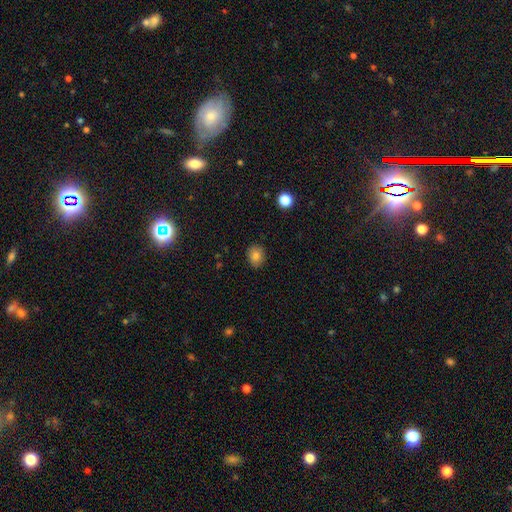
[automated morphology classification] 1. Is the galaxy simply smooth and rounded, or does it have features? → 81% smooth, 11% star or artifact, 9% featured or disk.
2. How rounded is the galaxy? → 64% round, 35% in between, 1% cigar-shaped.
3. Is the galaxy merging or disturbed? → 88% none, 9% minor disturbance, 2% major disturbance, 1% merger.